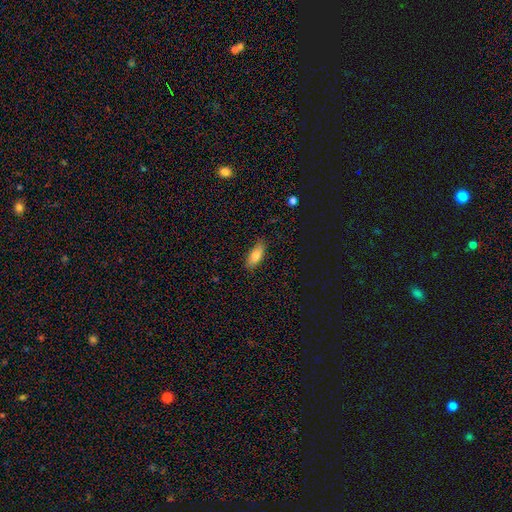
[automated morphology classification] type=smooth (79%); roundness=in between (77%); merging=none (83%).